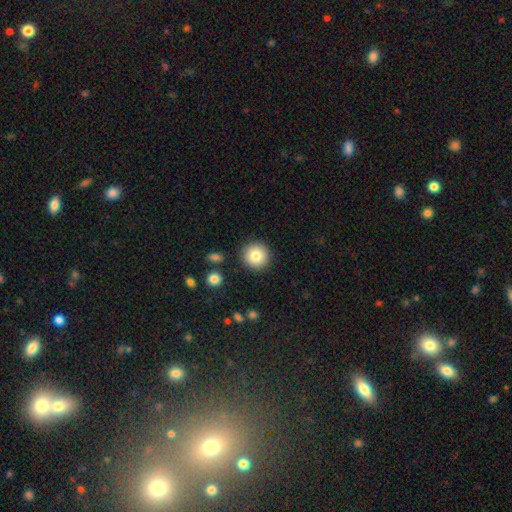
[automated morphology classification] Smooth or featured? Predicted: smooth (p=0.81). How rounded? Predicted: round (p=0.95). Merging? Predicted: none (p=0.89).